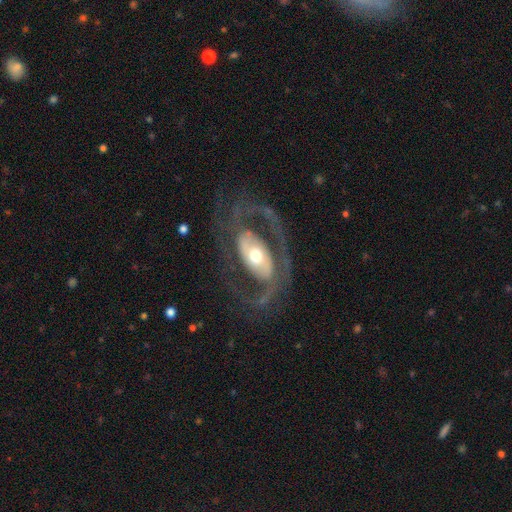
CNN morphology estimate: This is clearly a featured or disk galaxy (88%). It is clearly not viewed edge-on (95%). Bar: marginally no (38%). Spiral arm pattern: clearly yes (89%). Spiral arm count: clearly 2 (84%). Spiral winding: possibly medium (52%). Central bulge: likely moderate (65%). Merging: likely none (69%).